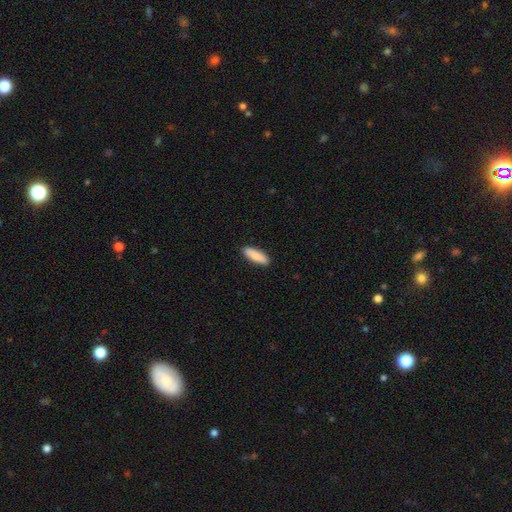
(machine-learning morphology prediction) Smooth or featured? Predicted: smooth (p=0.88). How rounded? Predicted: in between (p=0.50). Merging? Predicted: none (p=0.91).